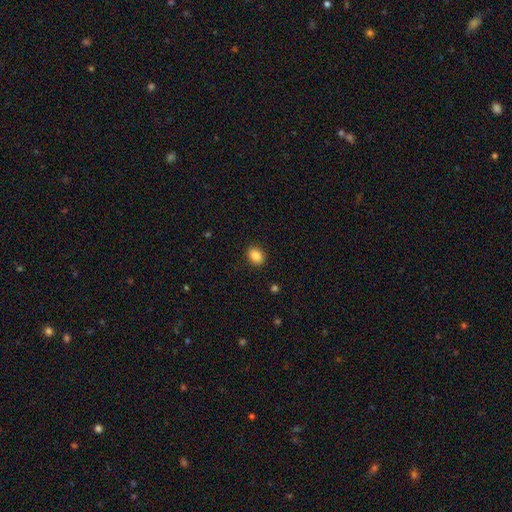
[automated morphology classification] This appears to be a smooth galaxy with no disk features (88%) that is in between round and cigar-shaped (70%). Merging: none (89%).